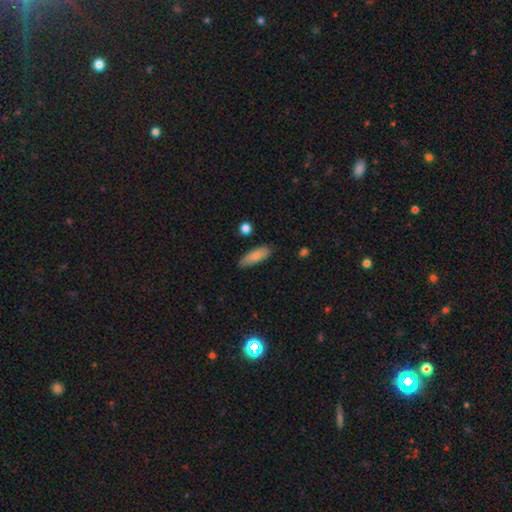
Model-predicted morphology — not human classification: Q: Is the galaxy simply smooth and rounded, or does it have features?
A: smooth — 83%.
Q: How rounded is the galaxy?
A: in between — 58%.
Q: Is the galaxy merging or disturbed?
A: none — 80%.